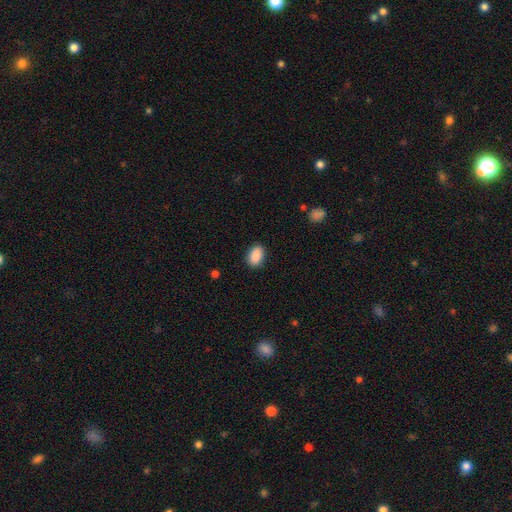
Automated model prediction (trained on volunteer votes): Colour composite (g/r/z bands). It shows a smooth galaxy with no disk features (90%) that is in between round and cigar-shaped (87%). Merging: none (88%).